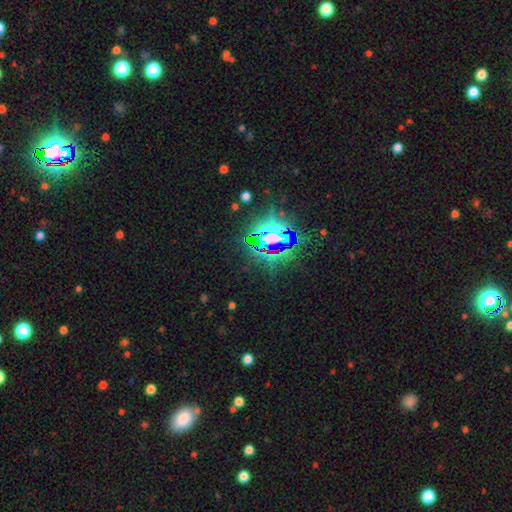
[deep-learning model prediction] Morphology: type=star or artifact (83%).